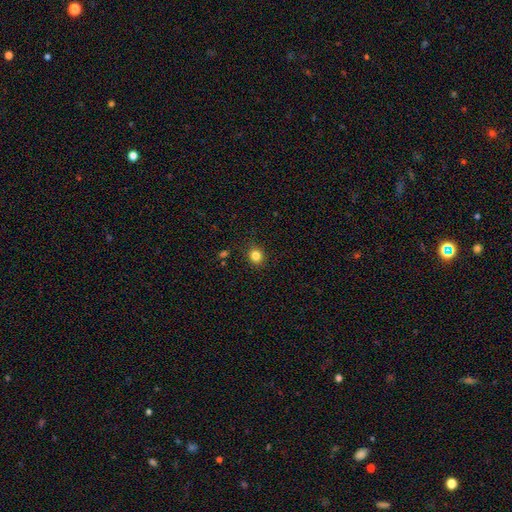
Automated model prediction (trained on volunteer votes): Smooth or featured: smooth — 82% (star or artifact — 13%)
How rounded: round — 83% (in between — 16%)
Merging: none — 89% (minor disturbance — 7%)